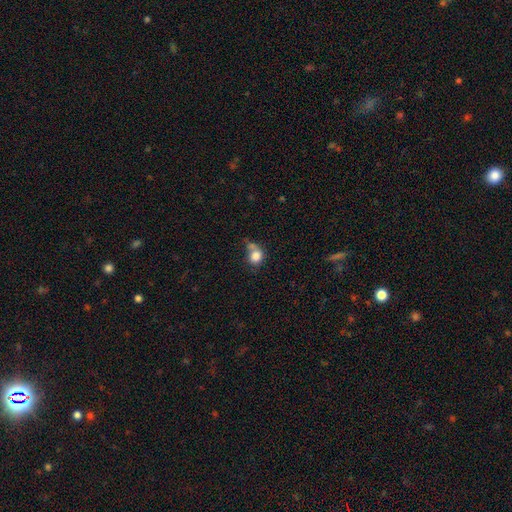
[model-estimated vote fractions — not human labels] This is clearly a smooth galaxy (81%). How rounded: likely round (73%). Merging: marginally none (42%).